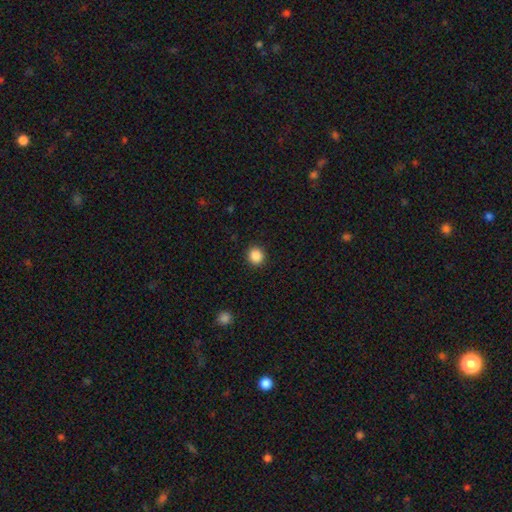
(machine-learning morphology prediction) A smooth galaxy with no disk features (87%) that is round (92%).

Vote fractions:
- Smooth or featured? smooth: 87% / star or artifact: 10% / featured or disk: 3%
- How rounded? round: 92% / in between: 7% / cigar-shaped: 1%
- Merging? none: 92% / minor disturbance: 5% / major disturbance: 2% / merger: 1%